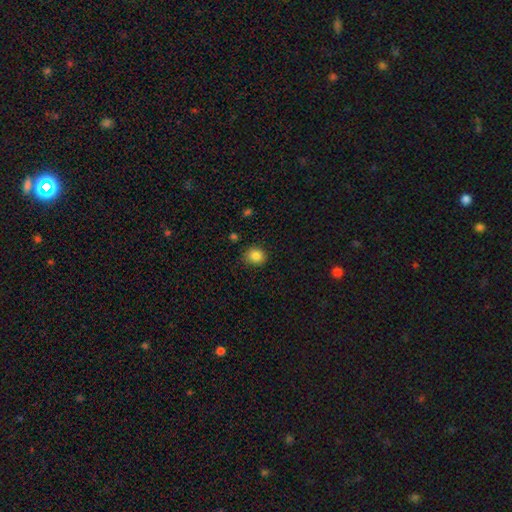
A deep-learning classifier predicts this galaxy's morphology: A smooth galaxy with no disk features (85%) that is round (70%).

Vote fractions:
- Smooth or featured? smooth: 85% / star or artifact: 10% / featured or disk: 4%
- How rounded? round: 70% / in between: 29% / cigar-shaped: 1%
- Merging? none: 81% / minor disturbance: 15% / major disturbance: 3% / merger: 2%